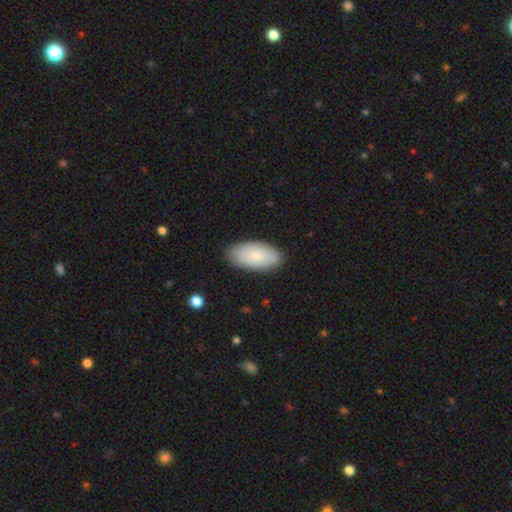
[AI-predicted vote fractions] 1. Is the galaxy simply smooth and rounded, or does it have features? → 83% smooth, 11% featured or disk, 5% star or artifact.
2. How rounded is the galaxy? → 95% in between, 3% cigar-shaped, 2% round.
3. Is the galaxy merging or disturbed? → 86% none, 11% minor disturbance, 2% major disturbance, 1% merger.